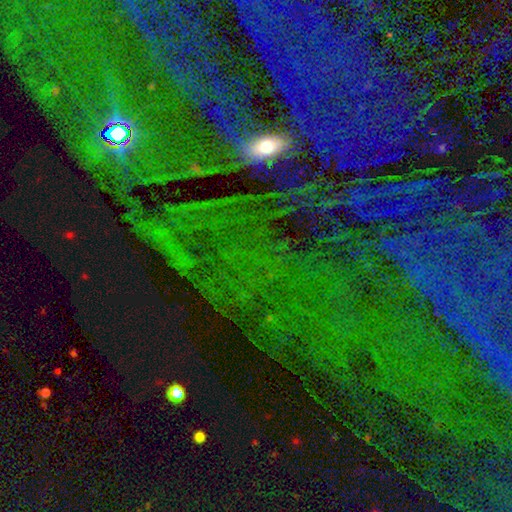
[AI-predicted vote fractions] This is likely a star or artifact rather than a galaxy (76%).